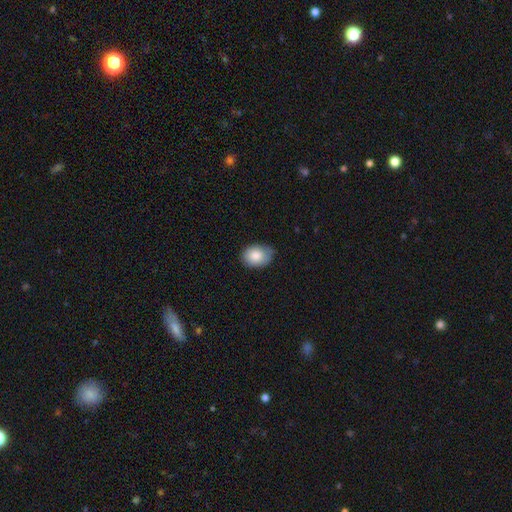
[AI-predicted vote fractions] Overall: smooth (83%). How rounded: in between (72%). Merging: none (66%; minor disturbance 29%).